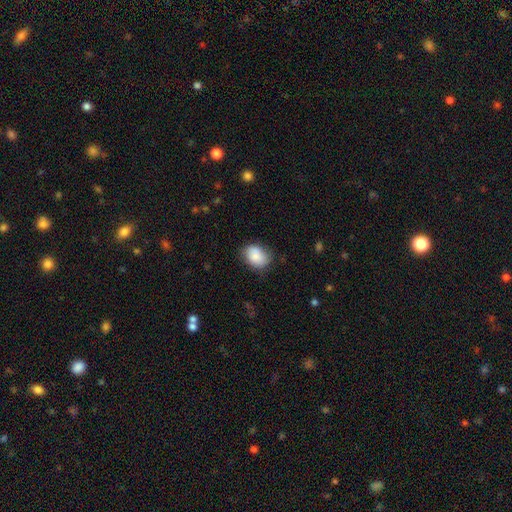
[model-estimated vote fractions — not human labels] This appears to be a smooth galaxy with no disk features (83%) that is in between round and cigar-shaped (66%). Merging: none (70%).